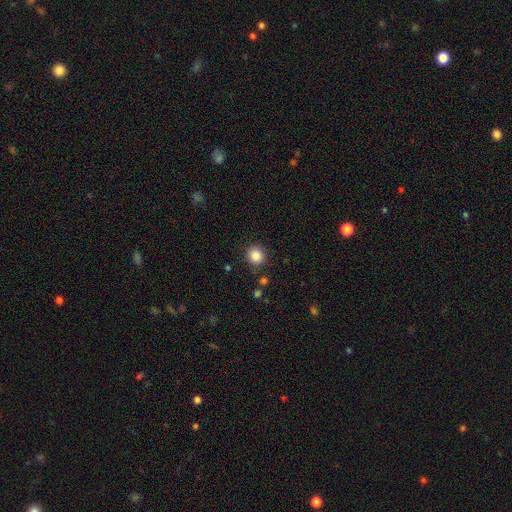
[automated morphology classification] Smooth or featured: smooth — 86% (star or artifact — 10%)
How rounded: round — 87% (in between — 12%)
Merging: none — 87% (minor disturbance — 8%)